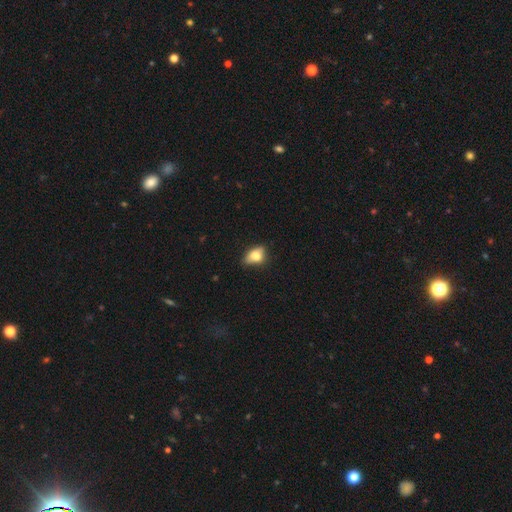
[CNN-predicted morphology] Smooth or featured?
  - smooth: 74% *
  - featured or disk: 16%
  - star or artifact: 9%
How rounded?
  - in between: 78% *
  - round: 18%
  - cigar-shaped: 3%
Merging?
  - none: 56% *
  - minor disturbance: 34%
  - major disturbance: 7%
  - merger: 3%